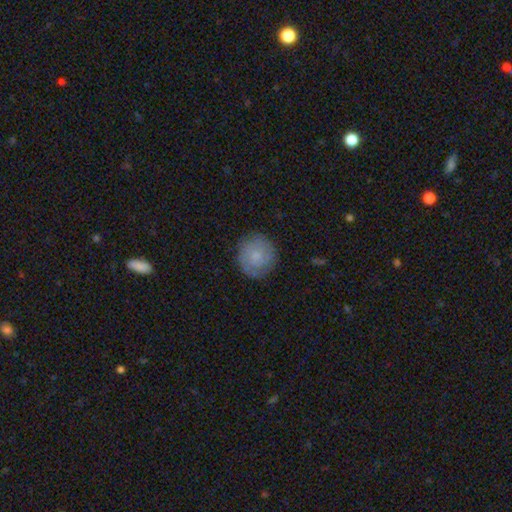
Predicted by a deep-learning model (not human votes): Smooth or featured: smooth — 55% (featured or disk — 37%)
How rounded: round — 89% (in between — 10%)
Merging: none — 83% (minor disturbance — 13%)